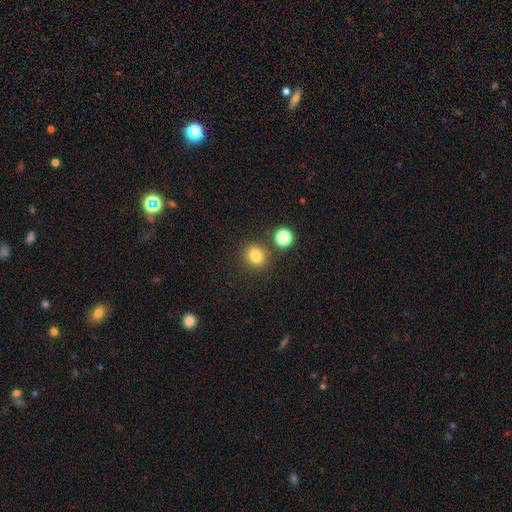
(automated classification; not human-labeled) Morphology: type=smooth (81%); roundness=round (81%); merging=none (81%).